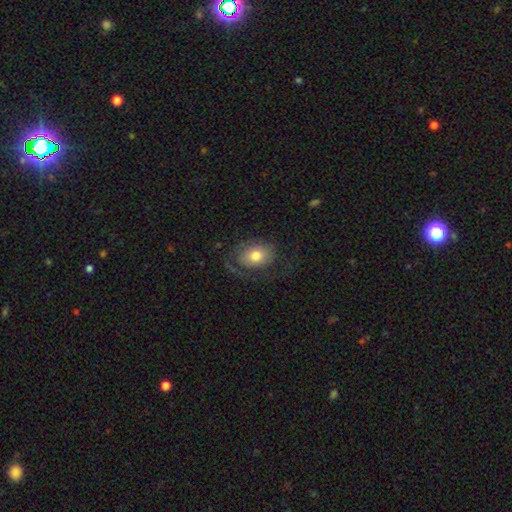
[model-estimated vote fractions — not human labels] A smooth galaxy with no disk features (60%) that is in between round and cigar-shaped (77%).

Vote fractions:
- Smooth or featured? smooth: 60% / featured or disk: 32% / star or artifact: 7%
- How rounded? in between: 77% / round: 22% / cigar-shaped: 1%
- Merging? none: 52% / major disturbance: 26% / minor disturbance: 20% / merger: 2%